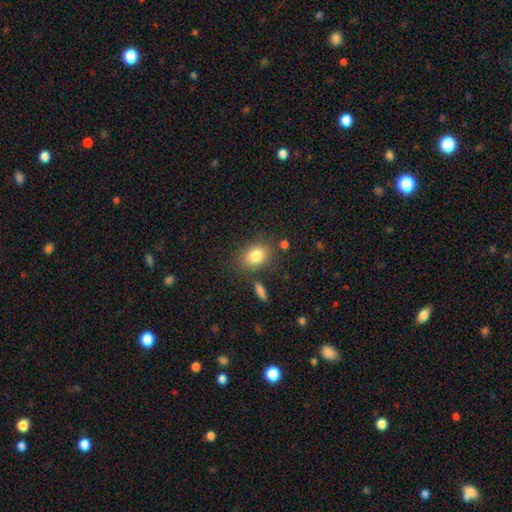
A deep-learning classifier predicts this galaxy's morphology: smooth-or-featured: smooth: 83% | star or artifact: 9% | featured or disk: 8%
  how-rounded: in between: 70% | round: 29% | cigar-shaped: 2%
  merging: none: 78% | minor disturbance: 12% | merger: 6% | major disturbance: 4%